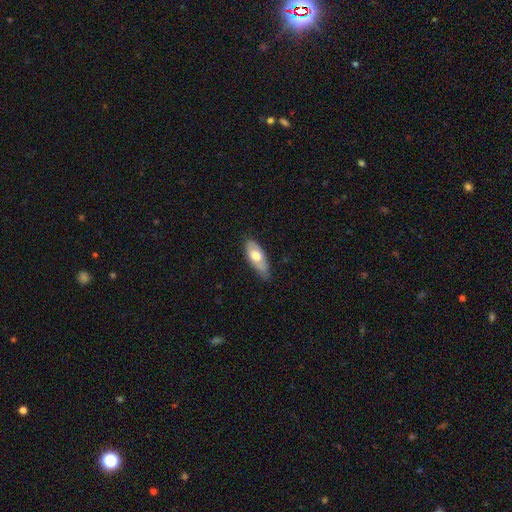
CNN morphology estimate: Smooth or featured? Predicted: smooth (p=0.63). How rounded? Predicted: in between (p=0.82). Merging? Predicted: none (p=0.61).